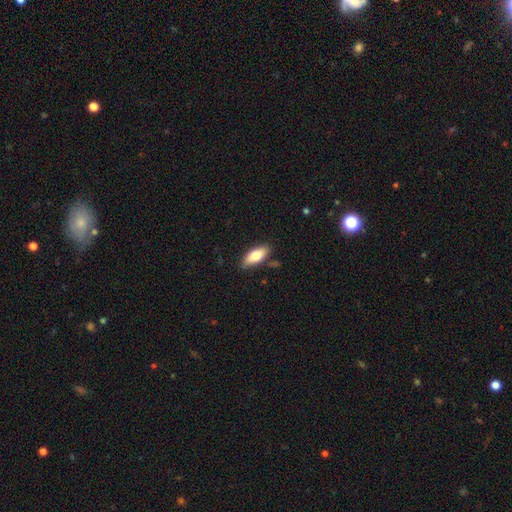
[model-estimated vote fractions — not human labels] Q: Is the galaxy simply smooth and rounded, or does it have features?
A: smooth — 75%.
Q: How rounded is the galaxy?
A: in between — 81%.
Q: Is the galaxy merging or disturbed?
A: none — 82%.